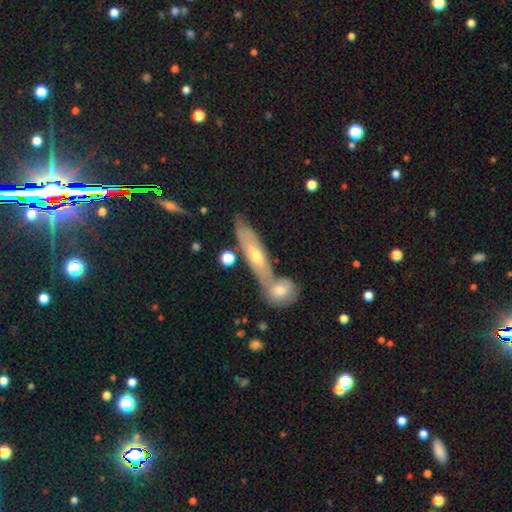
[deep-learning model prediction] The model was most divided on "edge-on disk": yes: 52%, no: 48%. Remaining: smooth or featured — featured or disk (52%); merging — none (50%).